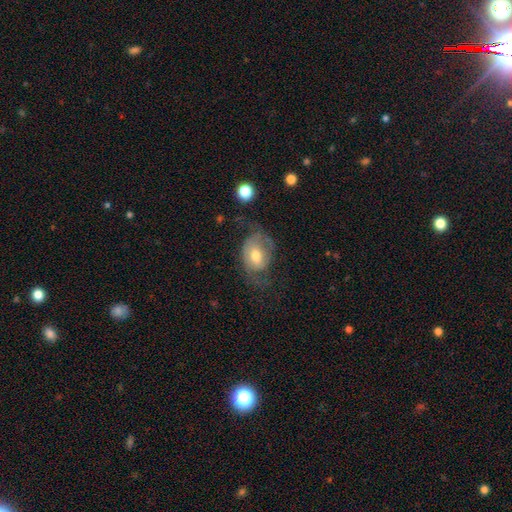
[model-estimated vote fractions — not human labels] A featured or disk galaxy (56%) with no bar (56%), spiral arms (76%) and a moderate central bulge (69%). Merging: none (40%).